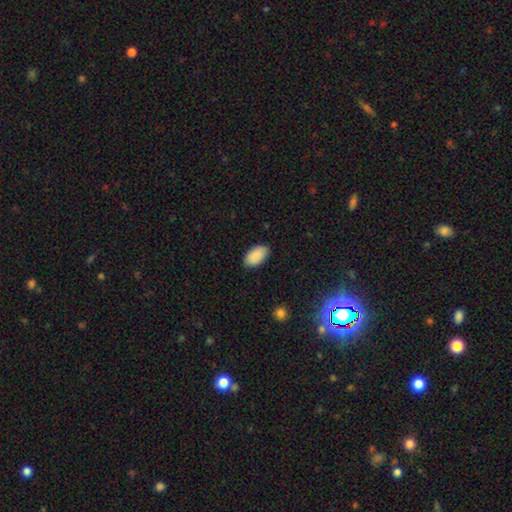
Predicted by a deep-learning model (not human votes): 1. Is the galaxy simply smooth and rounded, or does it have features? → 90% smooth, 6% star or artifact, 3% featured or disk.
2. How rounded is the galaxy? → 95% in between, 3% round, 2% cigar-shaped.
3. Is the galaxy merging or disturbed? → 86% none, 11% minor disturbance, 2% major disturbance, 1% merger.